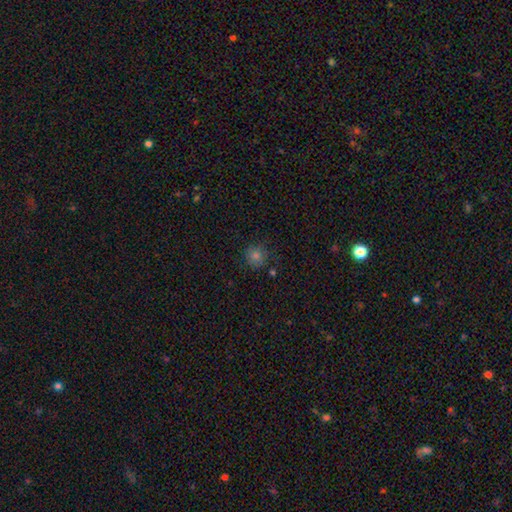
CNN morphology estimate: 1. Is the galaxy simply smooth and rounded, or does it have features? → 73% smooth, 20% star or artifact, 7% featured or disk.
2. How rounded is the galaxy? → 92% round, 7% in between, 1% cigar-shaped.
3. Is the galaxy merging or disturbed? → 84% none, 11% minor disturbance, 3% major disturbance, 3% merger.